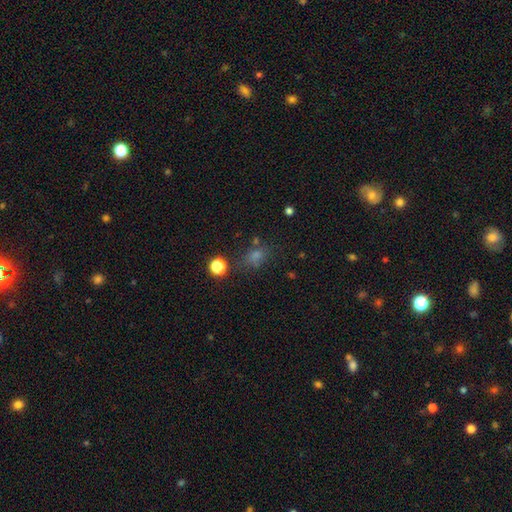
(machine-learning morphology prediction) Smooth or featured: smooth — 59% (star or artifact — 31%)
How rounded: round — 54% (in between — 44%)
Merging: none — 72% (minor disturbance — 14%)